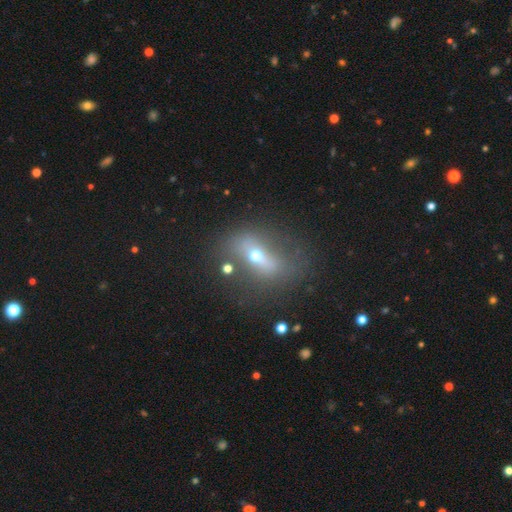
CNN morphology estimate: type=smooth (42%); merging=none (51%).